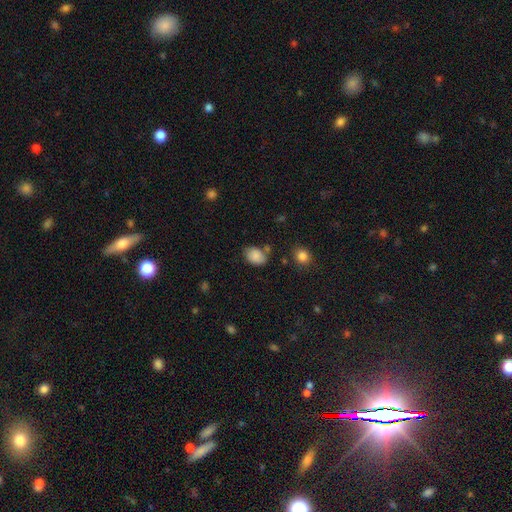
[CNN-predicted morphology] smooth-or-featured: smooth: 86% | star or artifact: 8% | featured or disk: 6%
  how-rounded: in between: 75% | round: 24% | cigar-shaped: 1%
  merging: none: 69% | minor disturbance: 19% | merger: 8% | major disturbance: 5%